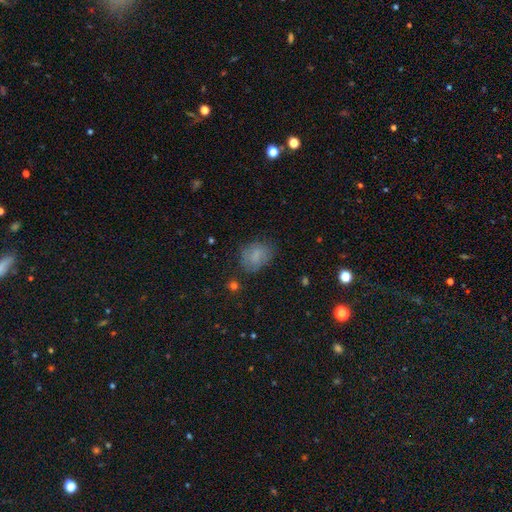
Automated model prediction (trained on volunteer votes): Overall: smooth (75%). How rounded: in between (65%; round 34%). Merging: none (68%).